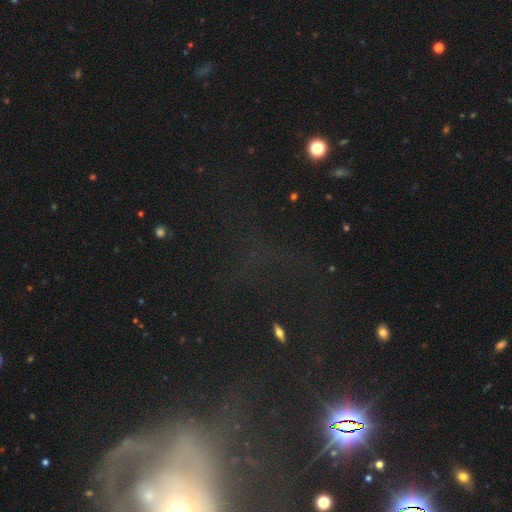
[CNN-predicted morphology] Smooth or featured: star or artifact — 59% (featured or disk — 23%)